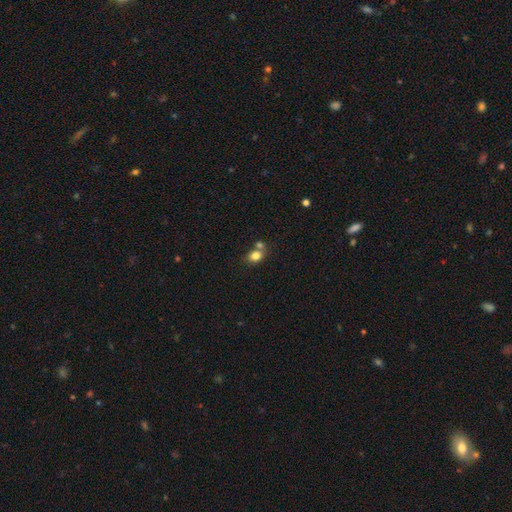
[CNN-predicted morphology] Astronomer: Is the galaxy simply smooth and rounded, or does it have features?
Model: smooth — 80%.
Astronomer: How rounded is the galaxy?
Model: in between — 55% (runner-up: round, 44%).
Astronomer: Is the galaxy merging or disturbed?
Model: none — 48% (runner-up: merger, 38%).